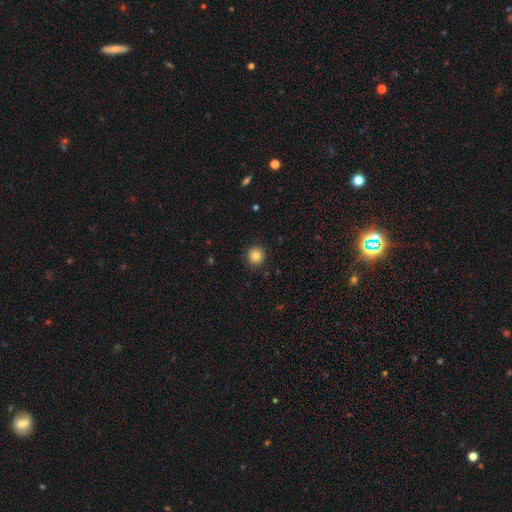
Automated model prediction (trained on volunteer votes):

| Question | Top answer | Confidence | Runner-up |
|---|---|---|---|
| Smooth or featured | smooth | 83% | star or artifact (11%) |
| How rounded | round | 94% | in between (5%) |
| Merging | none | 90% | minor disturbance (7%) |